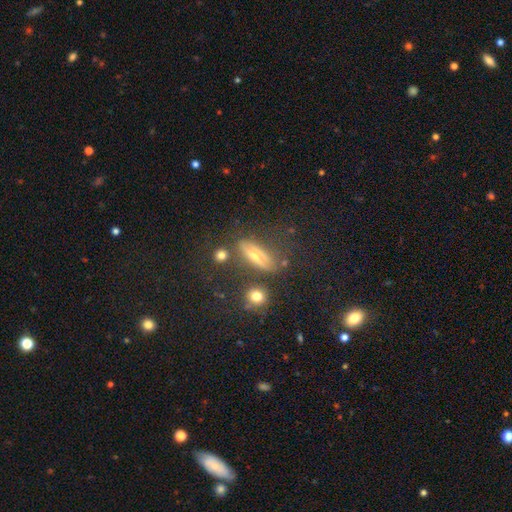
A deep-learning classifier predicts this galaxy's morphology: Overall: smooth (46%; featured or disk 36%). Merging: none (64%).